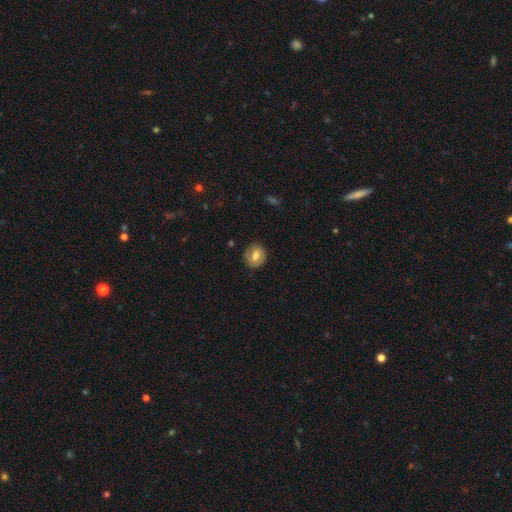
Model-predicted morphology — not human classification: A smooth galaxy with no disk features (66%) that is round (71%).

Vote fractions:
- Smooth or featured? smooth: 66% / featured or disk: 26% / star or artifact: 8%
- How rounded? round: 71% / in between: 28% / cigar-shaped: 1%
- Merging? none: 81% / minor disturbance: 14% / major disturbance: 4% / merger: 1%